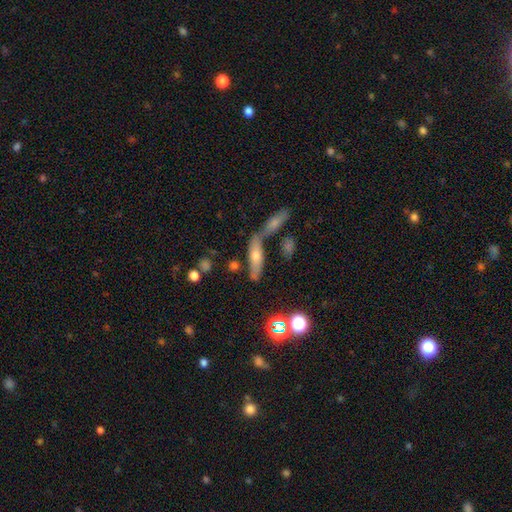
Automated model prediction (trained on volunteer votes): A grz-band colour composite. It shows a smooth galaxy with no disk features (49%). Merging: none (52%).